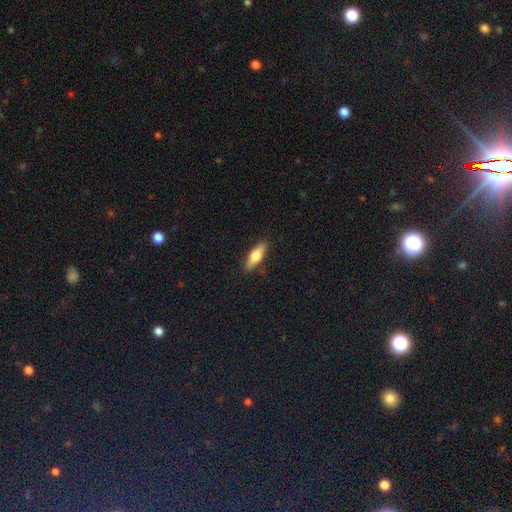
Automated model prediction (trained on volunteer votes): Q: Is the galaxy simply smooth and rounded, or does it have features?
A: smooth — 63%.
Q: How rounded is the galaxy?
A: in between — 53%.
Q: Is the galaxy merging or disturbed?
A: none — 87%.